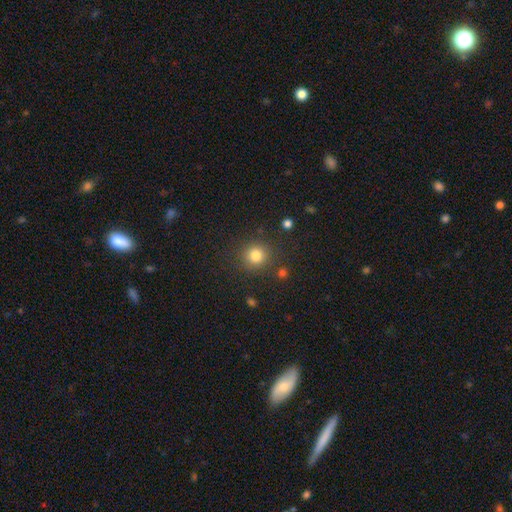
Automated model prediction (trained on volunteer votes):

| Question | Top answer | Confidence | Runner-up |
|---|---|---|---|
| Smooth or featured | smooth | 81% | star or artifact (13%) |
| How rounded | round | 92% | in between (7%) |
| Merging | none | 86% | minor disturbance (8%) |